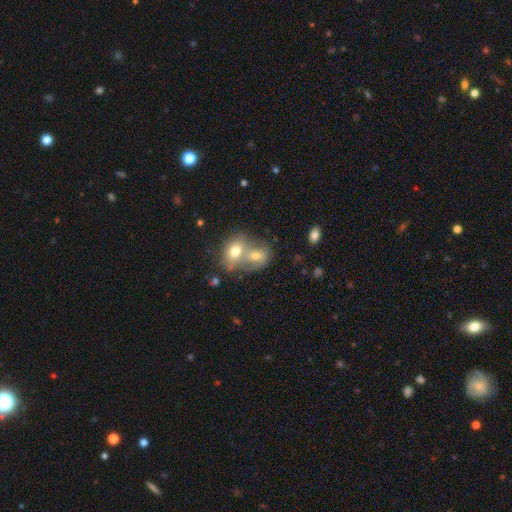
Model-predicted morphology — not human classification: Smooth or featured: smooth — 59% (featured or disk — 31%)
How rounded: in between — 65% (round — 33%)
Merging: merger — 70% (none — 19%)